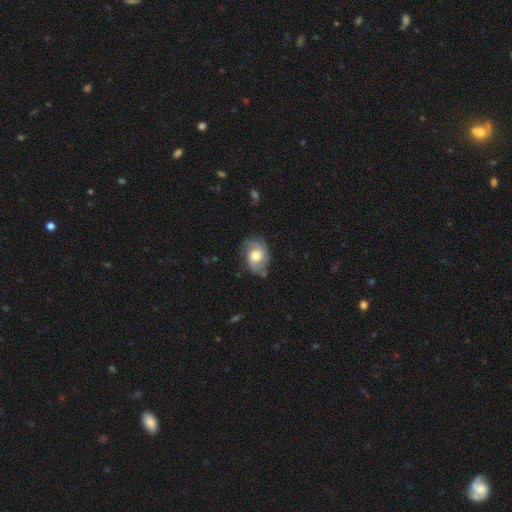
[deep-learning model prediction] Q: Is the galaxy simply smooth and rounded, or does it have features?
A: featured or disk — 61%.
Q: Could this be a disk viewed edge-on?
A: no — 96%.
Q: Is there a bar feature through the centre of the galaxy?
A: no — 72%.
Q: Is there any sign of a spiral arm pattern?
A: yes — 87%.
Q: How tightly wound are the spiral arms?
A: medium — 44%.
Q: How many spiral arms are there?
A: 2 — 58%.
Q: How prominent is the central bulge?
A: moderate — 55%.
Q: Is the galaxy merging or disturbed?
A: none — 62%.